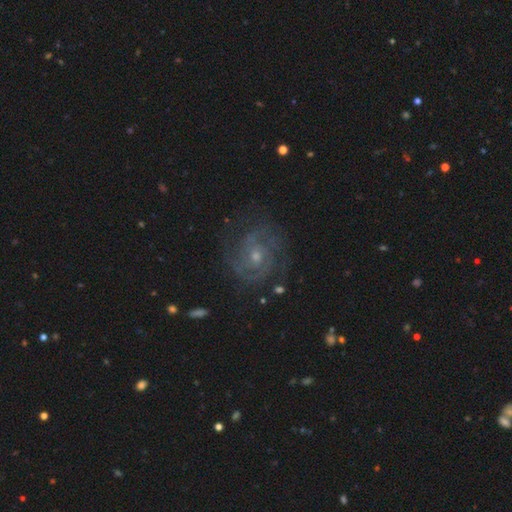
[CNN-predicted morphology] Overall: featured or disk (82%). Edge-on disk: no (98%). Bar: no (64%; weak 31%). Spiral arms: yes (94%). Spiral arm count: 2 (43%; can't tell 23%). Spiral winding: tight (51%; medium 40%). Bulge size: small (55%; moderate 40%). Merging: none (74%).